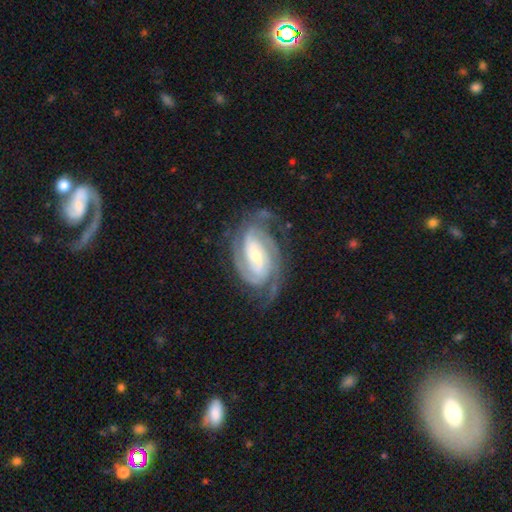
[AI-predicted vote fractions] Smooth or featured? Predicted: featured or disk (p=0.92). Edge-on disk? Predicted: no (p=0.97). Bar? Predicted: strong (p=0.40). Spiral arms? Predicted: yes (p=0.98). Spiral winding? Predicted: tight (p=0.62). Spiral arm count? Predicted: 2 (p=0.55). Bulge size? Predicted: small (p=0.52). Merging? Predicted: none (p=0.73).